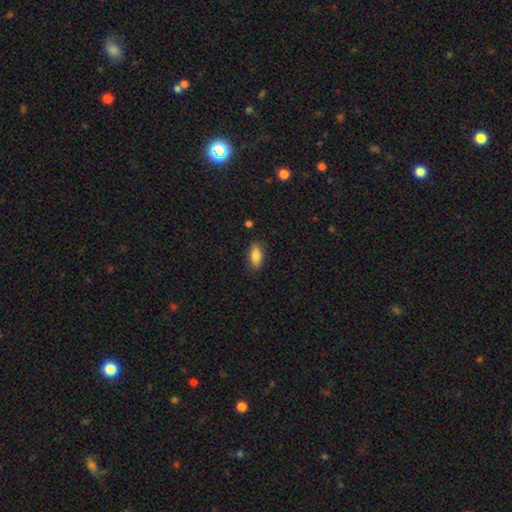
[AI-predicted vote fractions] smooth_or_featured: smooth (p=0.83) [alt: featured or disk p=0.10]
how_rounded: in between (p=0.86) [alt: cigar-shaped p=0.11]
merging: none (p=0.85) [alt: minor disturbance p=0.11]